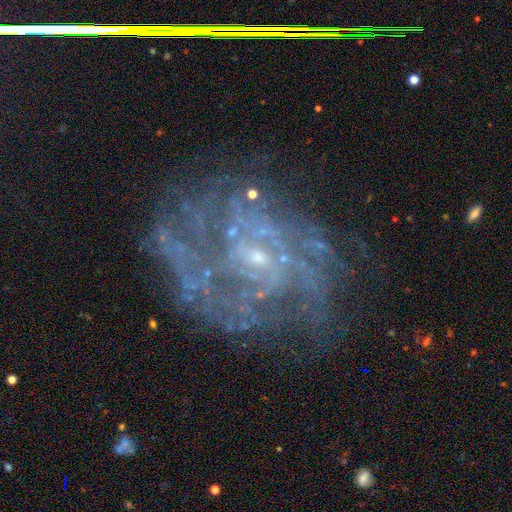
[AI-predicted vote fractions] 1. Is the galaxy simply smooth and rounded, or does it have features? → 82% featured or disk, 12% star or artifact, 6% smooth.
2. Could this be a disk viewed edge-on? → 97% no, 3% yes.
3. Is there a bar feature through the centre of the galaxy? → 60% no, 32% weak, 8% strong.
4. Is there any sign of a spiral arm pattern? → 91% yes, 9% no.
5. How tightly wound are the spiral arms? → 49% tight, 38% medium, 13% loose.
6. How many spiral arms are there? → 35% can't tell, 19% 2, 16% 3, 13% 4, 10% more than 4, 8% 1.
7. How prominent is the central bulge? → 78% small, 12% moderate, 8% none, 1% large, 1% dominant.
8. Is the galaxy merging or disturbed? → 65% none, 18% minor disturbance, 14% major disturbance, 3% merger.